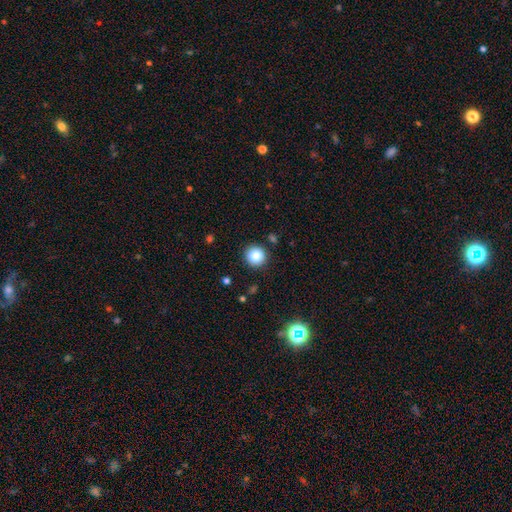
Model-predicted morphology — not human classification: Smooth or featured? Predicted: smooth (p=0.85). How rounded? Predicted: round (p=0.94). Merging? Predicted: none (p=0.90).